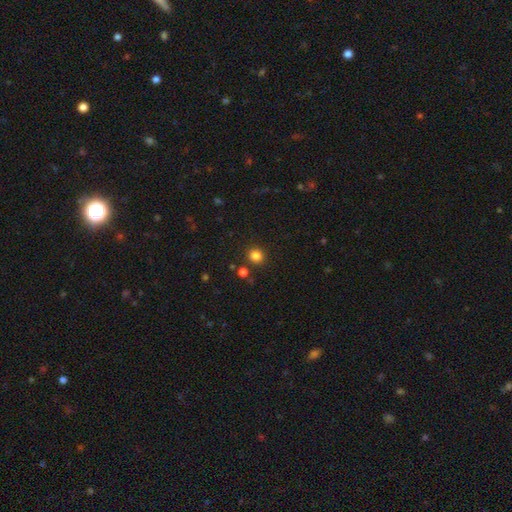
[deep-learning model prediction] This appears to be a smooth galaxy with no disk features (83%) that is round (83%). Merging: none (87%).